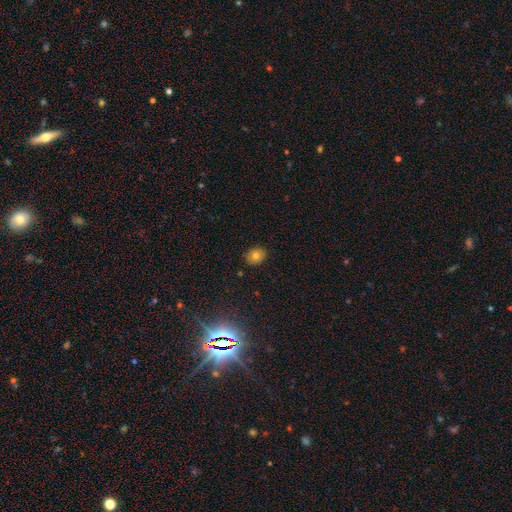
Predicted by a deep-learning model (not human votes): The model was most divided on "how rounded": round: 62%, in between: 37%, cigar-shaped: 1%. More confident: merging — none (88%); smooth or featured — smooth (76%).